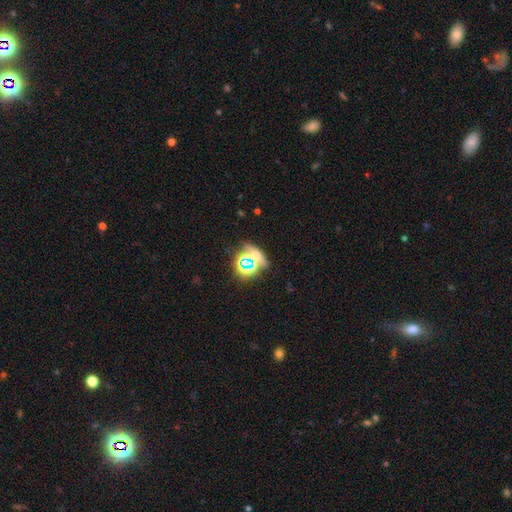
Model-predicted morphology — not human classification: A star or artifact, not a galaxy (48%).